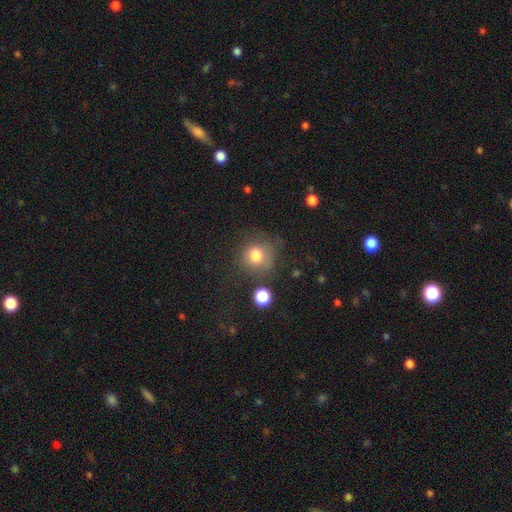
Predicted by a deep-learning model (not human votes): Smooth or featured? smooth (78%)
How rounded? round (86%)
Merging? none (66%)